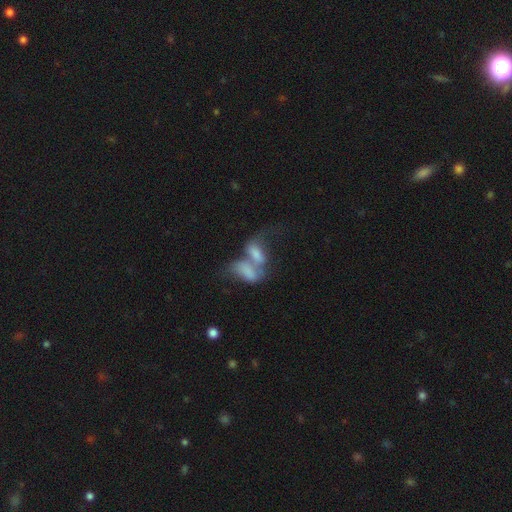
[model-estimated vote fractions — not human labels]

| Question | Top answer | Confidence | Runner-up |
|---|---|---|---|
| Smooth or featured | smooth | 49% | featured or disk (38%) |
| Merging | merger | 74% | none (11%) |